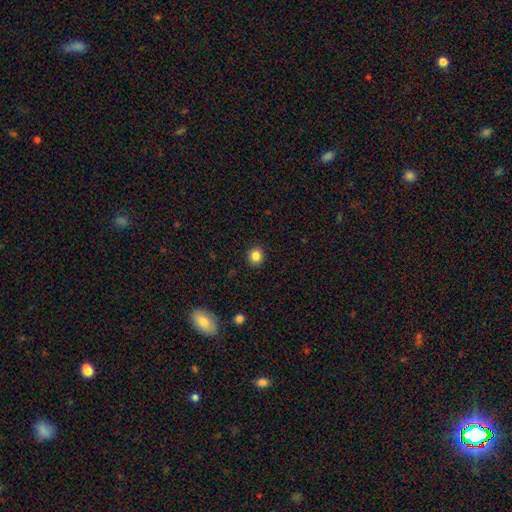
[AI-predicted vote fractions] Smooth or featured?
  - smooth: 84% *
  - star or artifact: 11%
  - featured or disk: 5%
How rounded?
  - round: 86% *
  - in between: 13%
  - cigar-shaped: 1%
Merging?
  - none: 92% *
  - minor disturbance: 5%
  - major disturbance: 2%
  - merger: 1%